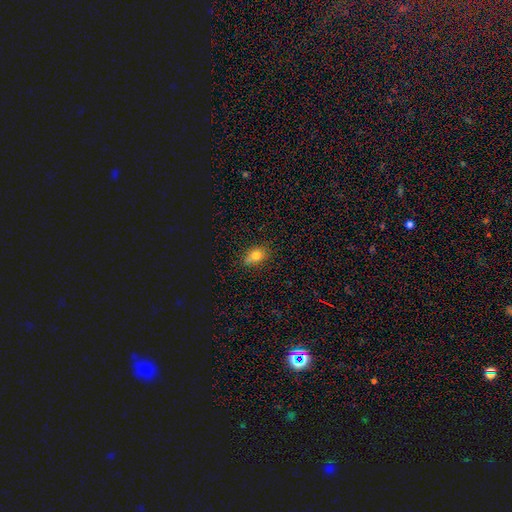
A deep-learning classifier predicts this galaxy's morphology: A smooth galaxy with no disk features (80%) that is in between round and cigar-shaped (75%).

Vote fractions:
- Smooth or featured? smooth: 80% / star or artifact: 11% / featured or disk: 9%
- How rounded? in between: 75% / round: 22% / cigar-shaped: 3%
- Merging? none: 77% / minor disturbance: 18% / major disturbance: 3% / merger: 2%